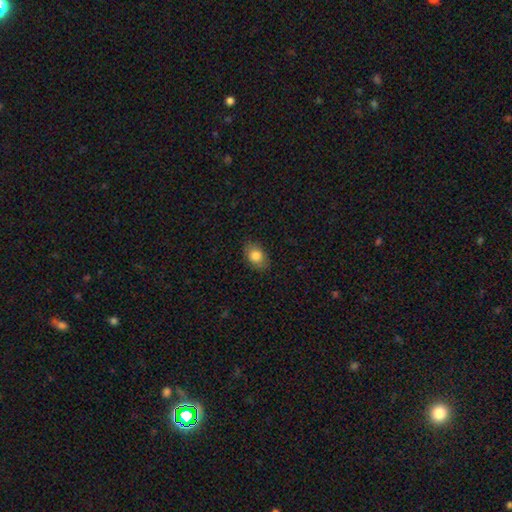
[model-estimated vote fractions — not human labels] smooth 81%, featured or disk 11%, star or artifact 8%. Down the decision tree: how rounded — in between (77%); merging — none (84%).